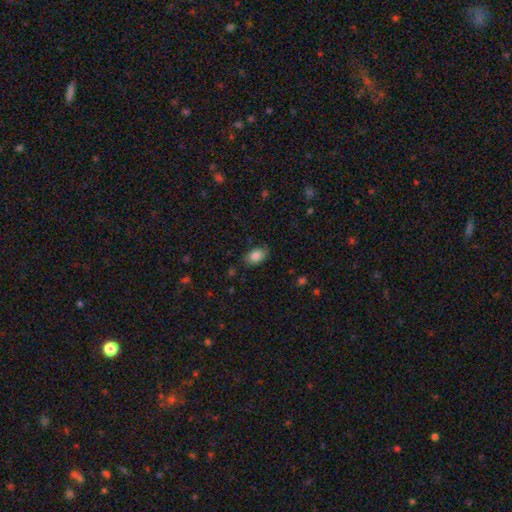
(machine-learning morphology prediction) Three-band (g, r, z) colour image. It shows a smooth galaxy with no disk features (86%) that is in between round and cigar-shaped (86%). Merging: none (78%).